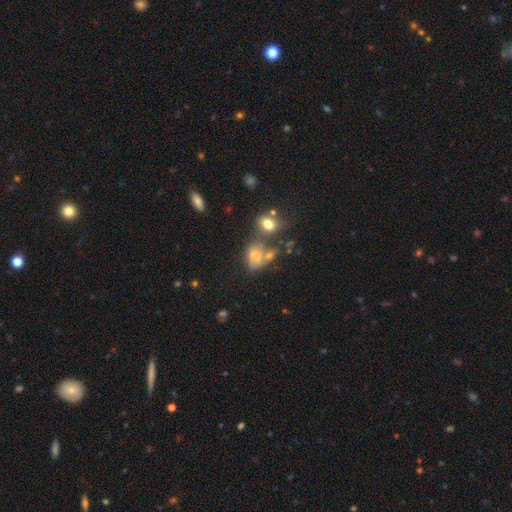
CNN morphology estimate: Overall: smooth (62%). How rounded: in between (63%; round 35%). Merging: merger (39%; none 36%).